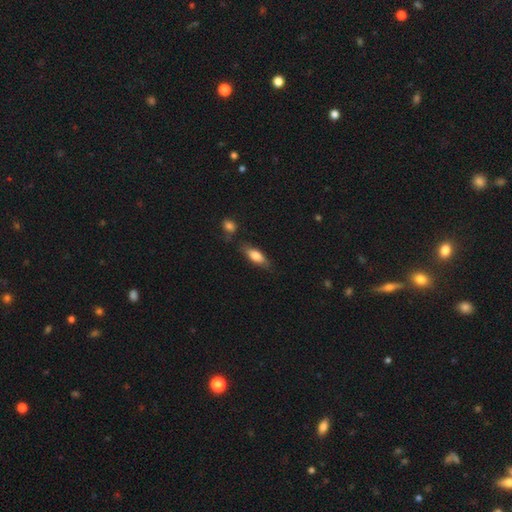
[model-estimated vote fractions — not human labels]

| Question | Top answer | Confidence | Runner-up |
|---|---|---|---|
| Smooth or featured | smooth | 73% | featured or disk (21%) |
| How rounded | in between | 69% | cigar-shaped (28%) |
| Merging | none | 71% | minor disturbance (18%) |